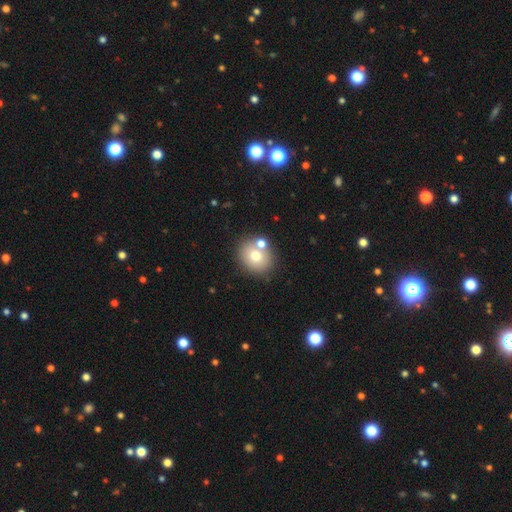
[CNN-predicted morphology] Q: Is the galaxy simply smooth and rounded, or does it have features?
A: smooth — 71%.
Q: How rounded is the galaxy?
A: round — 74%.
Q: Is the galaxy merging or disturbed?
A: none — 67%.